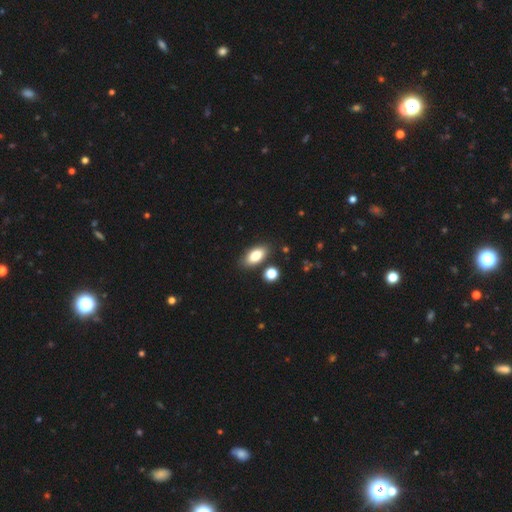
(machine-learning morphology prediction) The model was most divided on "merging": none: 81%, minor disturbance: 10%, merger: 6%, major disturbance: 3%. More confident: how rounded — in between (90%); smooth or featured — smooth (82%).